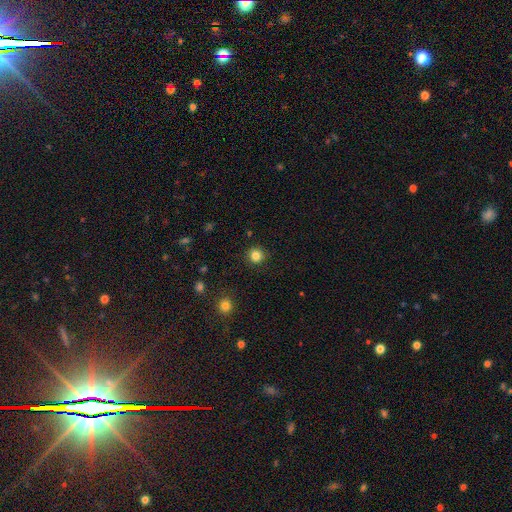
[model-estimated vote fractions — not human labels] smooth 84%, star or artifact 12%, featured or disk 4%. Down the decision tree: how rounded — round (93%); merging — none (90%).